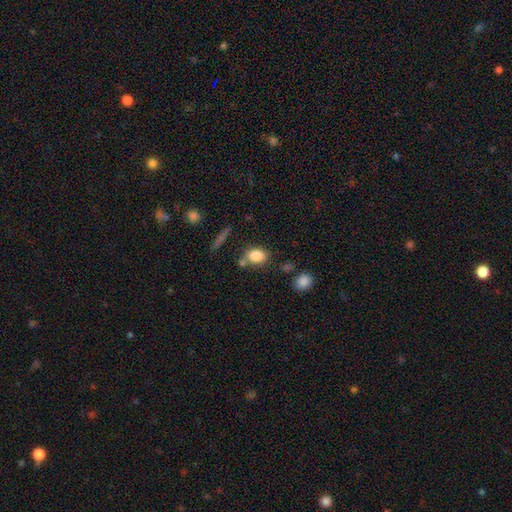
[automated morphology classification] This is clearly a smooth galaxy (83%). How rounded: likely in between (71%). Merging: likely none (64%).